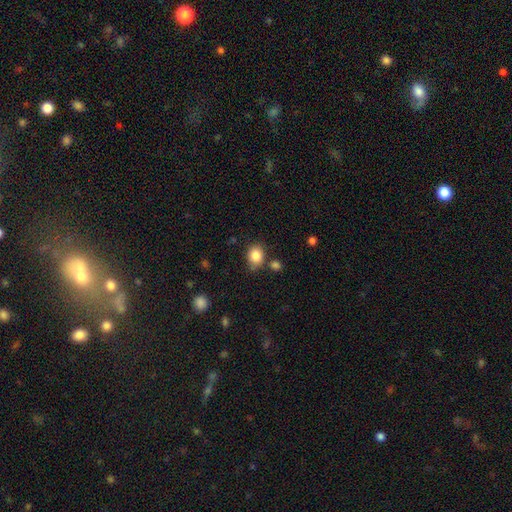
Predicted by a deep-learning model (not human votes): Q: Smooth or featured?
A: smooth (86%); runner-up: star or artifact (9%)
Q: How rounded?
A: round (56%); runner-up: in between (43%)
Q: Merging?
A: none (71%); runner-up: minor disturbance (16%)